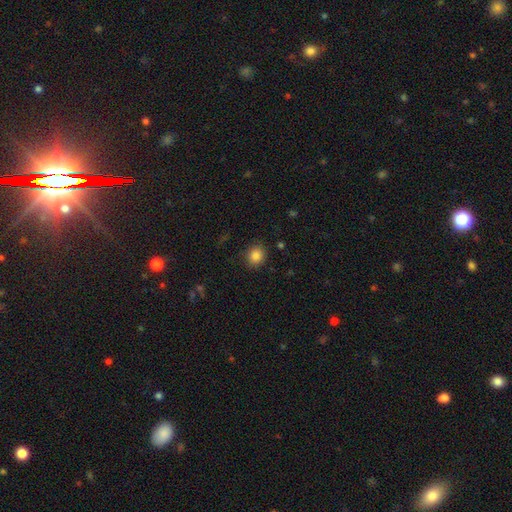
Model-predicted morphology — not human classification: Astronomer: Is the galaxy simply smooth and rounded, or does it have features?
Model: smooth — 85%.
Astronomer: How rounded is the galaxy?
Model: round — 73%.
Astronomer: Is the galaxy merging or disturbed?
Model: none — 87%.